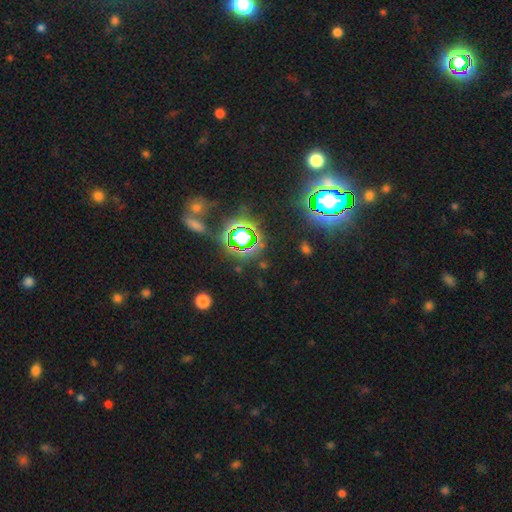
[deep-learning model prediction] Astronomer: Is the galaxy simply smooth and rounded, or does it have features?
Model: star or artifact — 76%.